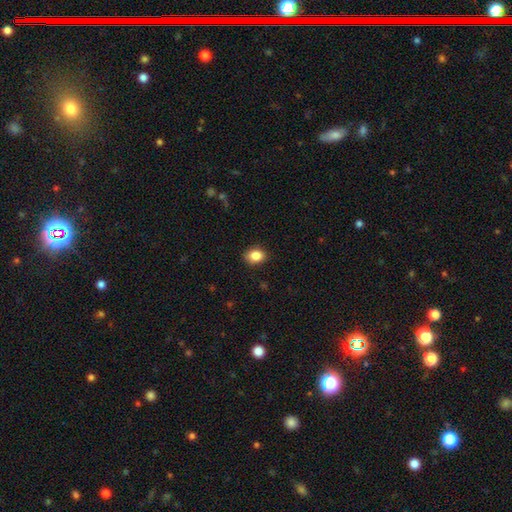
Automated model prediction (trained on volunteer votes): Smooth or featured? Predicted: smooth (p=0.86). How rounded? Predicted: in between (p=0.66). Merging? Predicted: none (p=0.87).